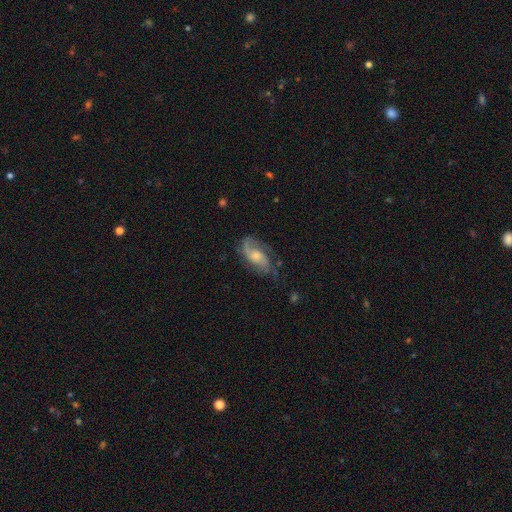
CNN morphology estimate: smooth_or_featured: featured or disk (p=0.73) [alt: smooth p=0.20]
disk_edge_on: no (p=0.94) [alt: yes p=0.06]
bar: no (p=0.61) [alt: weak p=0.33]
has_spiral_arms: yes (p=0.91) [alt: no p=0.09]
spiral_winding: medium (p=0.44) [alt: loose p=0.36]
spiral_arm_count: 2 (p=0.66) [alt: can't tell p=0.13]
bulge_size: moderate (p=0.49) [alt: small p=0.27]
merging: none (p=0.59) [alt: minor disturbance p=0.23]